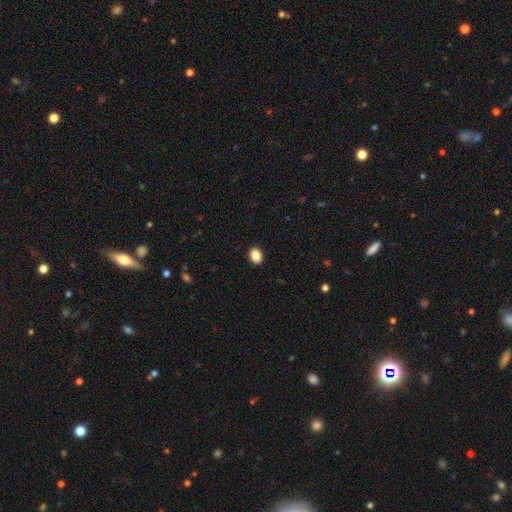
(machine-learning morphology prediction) Overall: smooth (88%). How rounded: in between (63%; round 36%). Merging: none (92%).